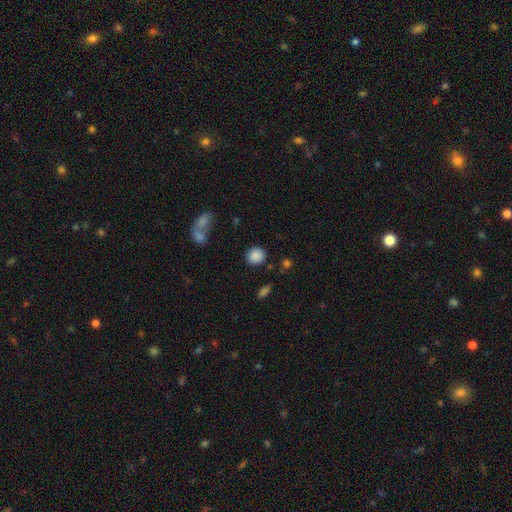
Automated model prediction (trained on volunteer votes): A smooth galaxy with no disk features (87%) that is round (78%). Merging: none (84%).